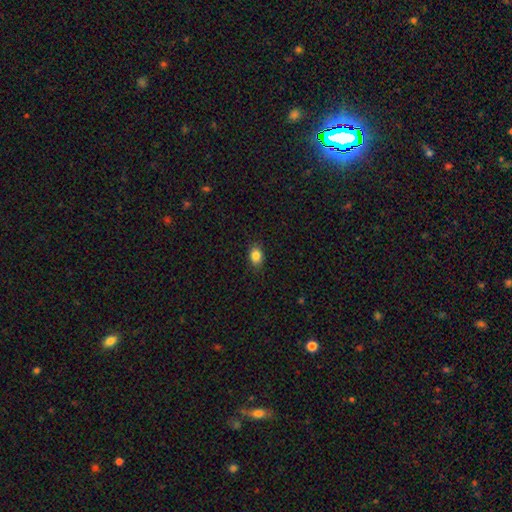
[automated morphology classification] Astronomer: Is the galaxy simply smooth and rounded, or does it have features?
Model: smooth — 85%.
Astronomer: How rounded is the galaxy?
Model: in between — 72%.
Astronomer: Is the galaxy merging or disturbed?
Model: none — 87%.